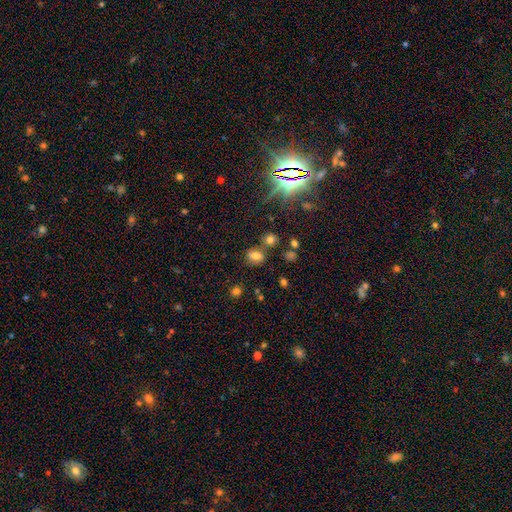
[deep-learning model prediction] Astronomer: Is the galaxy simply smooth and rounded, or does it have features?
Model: smooth — 69%.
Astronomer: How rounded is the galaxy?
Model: in between — 66%.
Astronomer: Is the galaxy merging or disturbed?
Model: none — 67%.